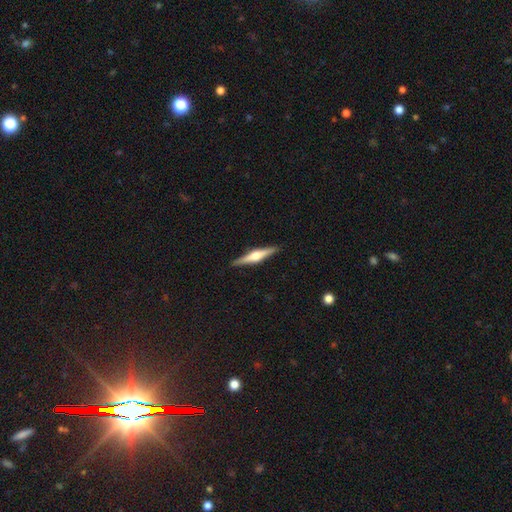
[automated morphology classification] Smooth or featured? featured or disk (73%)
Edge-on disk? yes (98%)
Edge-on bulge? rounded (92%)
Merging? none (91%)